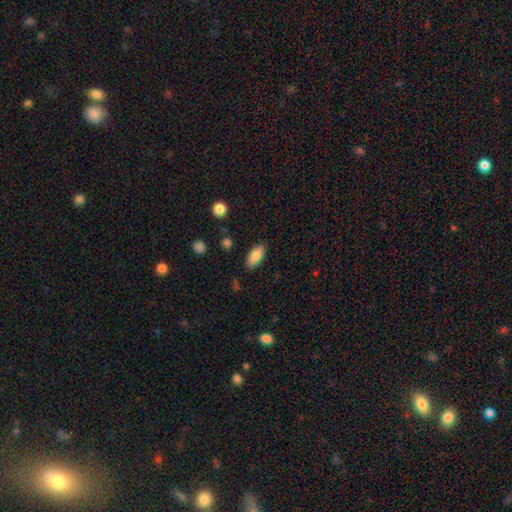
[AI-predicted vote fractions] smooth-or-featured: smooth: 84% | featured or disk: 9% | star or artifact: 7%
  how-rounded: in between: 88% | cigar-shaped: 10% | round: 2%
  merging: none: 84% | minor disturbance: 12% | major disturbance: 3% | merger: 2%